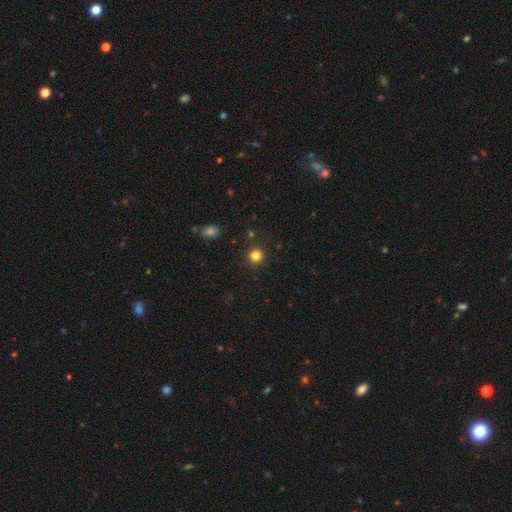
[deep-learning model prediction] This appears to be a smooth galaxy with no disk features (83%) that is round (94%). Merging: none (91%).